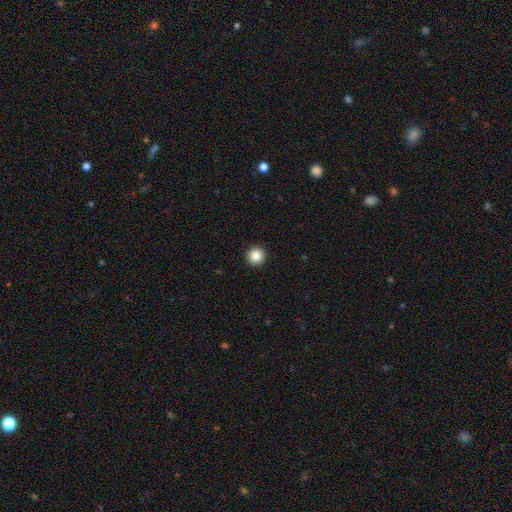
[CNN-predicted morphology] A smooth galaxy with no disk features (85%) that is round (96%). Merging: none (94%).